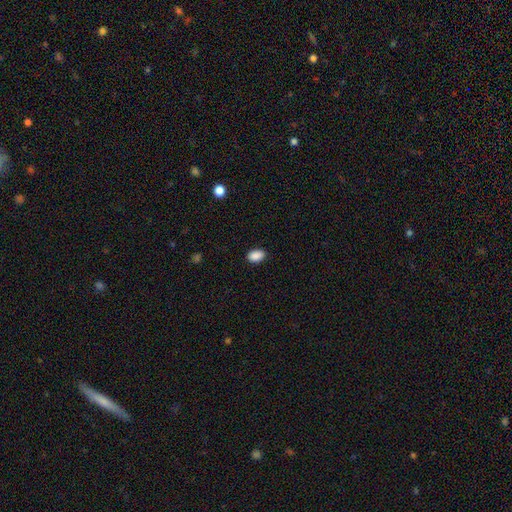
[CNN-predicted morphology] Smooth or featured? smooth (90%)
How rounded? in between (89%)
Merging? none (88%)